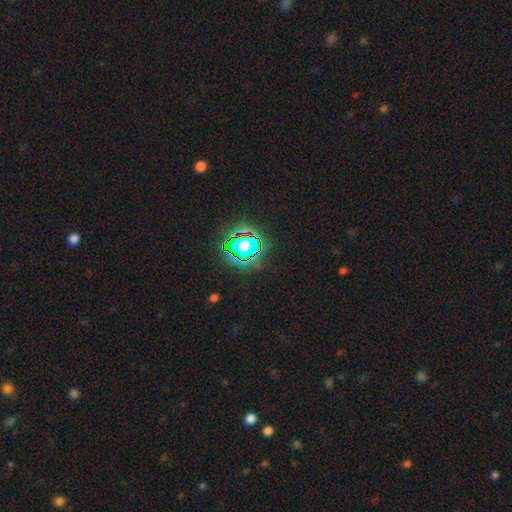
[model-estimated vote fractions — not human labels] The model was most divided on "smooth or featured": star or artifact: 82%, smooth: 11%, featured or disk: 7%.